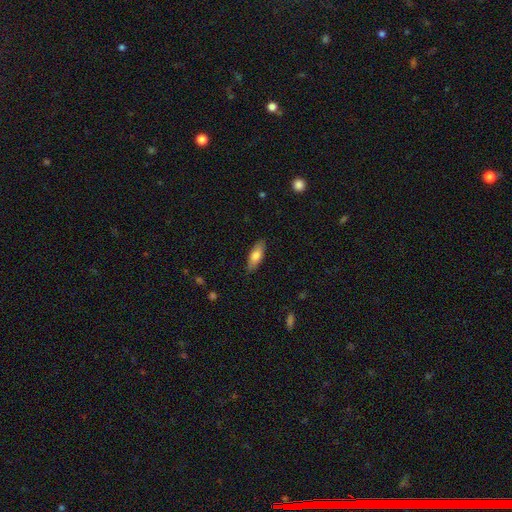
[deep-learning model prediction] A smooth galaxy with no disk features (77%) that is in between round and cigar-shaped (65%).

Vote fractions:
- Smooth or featured? smooth: 77% / featured or disk: 17% / star or artifact: 6%
- How rounded? in between: 65% / cigar-shaped: 33% / round: 2%
- Merging? none: 86% / minor disturbance: 11% / major disturbance: 2% / merger: 1%